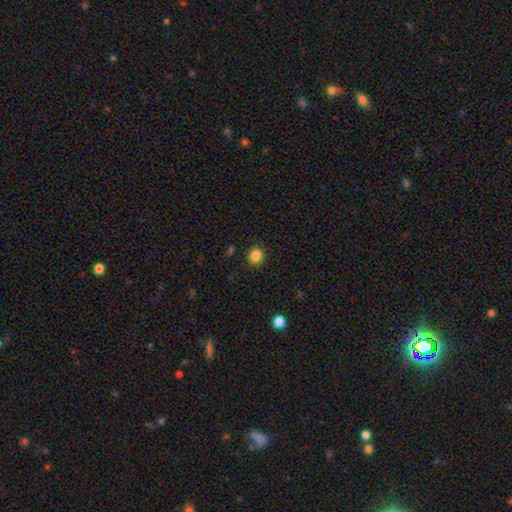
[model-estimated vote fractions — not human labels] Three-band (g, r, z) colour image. It shows a smooth galaxy with no disk features (85%) that is round (81%). Merging: none (89%).